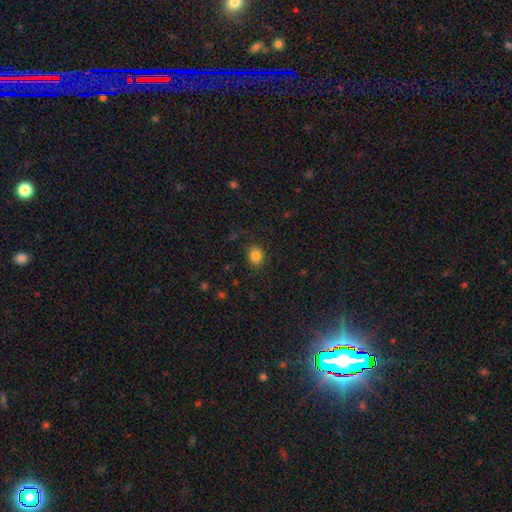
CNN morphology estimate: Smooth or featured?
  - smooth: 84% *
  - star or artifact: 12%
  - featured or disk: 5%
How rounded?
  - round: 71% *
  - in between: 28%
  - cigar-shaped: 1%
Merging?
  - none: 85% *
  - minor disturbance: 11%
  - major disturbance: 3%
  - merger: 1%